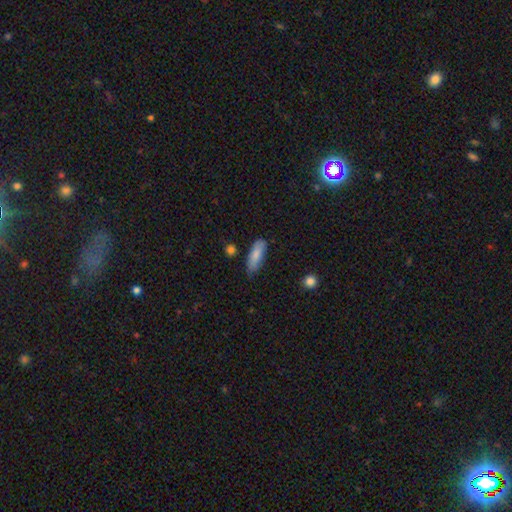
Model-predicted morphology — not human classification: Smooth or featured?
  - smooth: 82% *
  - featured or disk: 11%
  - star or artifact: 6%
How rounded?
  - in between: 66% *
  - cigar-shaped: 32%
  - round: 2%
Merging?
  - none: 74% *
  - minor disturbance: 20%
  - major disturbance: 3%
  - merger: 3%